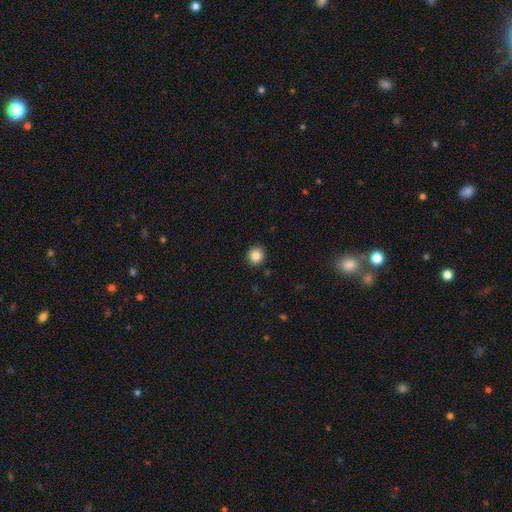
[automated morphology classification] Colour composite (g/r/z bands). It shows a smooth galaxy with no disk features (85%) that is round (90%). Merging: none (92%).